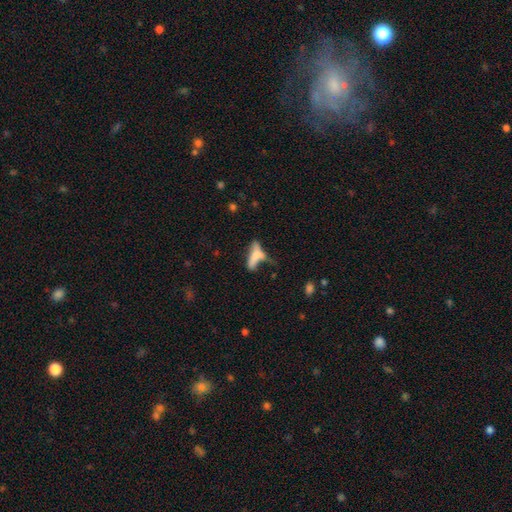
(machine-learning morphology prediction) A smooth galaxy with no disk features (61%) that is cigar-shaped (57%). Merging: none (31%).